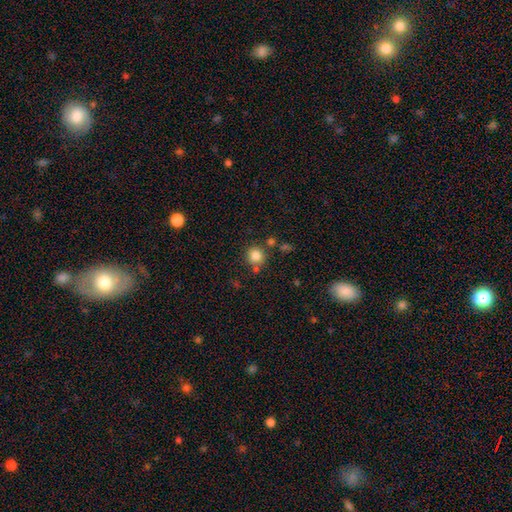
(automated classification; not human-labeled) Smooth or featured? smooth (84%)
How rounded? round (92%)
Merging? none (78%)